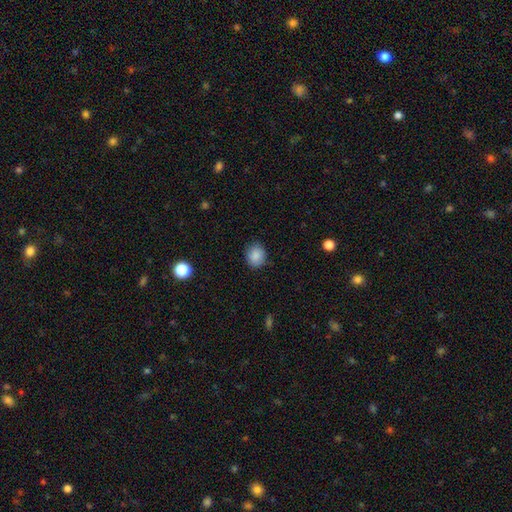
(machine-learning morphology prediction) A smooth galaxy with no disk features (88%) that is round (67%).

Vote fractions:
- Smooth or featured? smooth: 88% / star or artifact: 9% / featured or disk: 4%
- How rounded? round: 67% / in between: 32% / cigar-shaped: 1%
- Merging? none: 85% / minor disturbance: 11% / major disturbance: 3% / merger: 1%